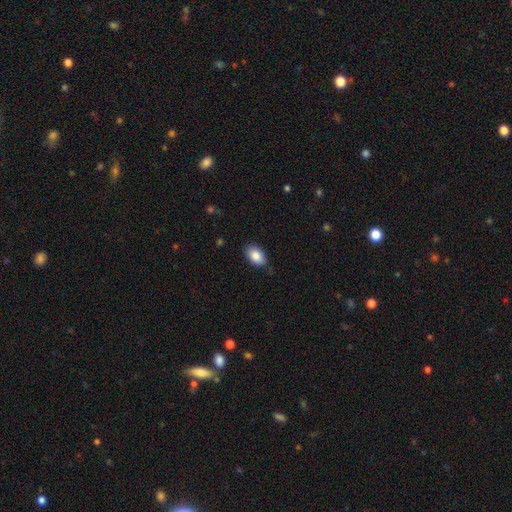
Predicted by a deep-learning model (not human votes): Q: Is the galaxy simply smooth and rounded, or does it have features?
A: smooth — 86%.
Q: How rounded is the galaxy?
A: in between — 91%.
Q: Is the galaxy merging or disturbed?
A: none — 80%.